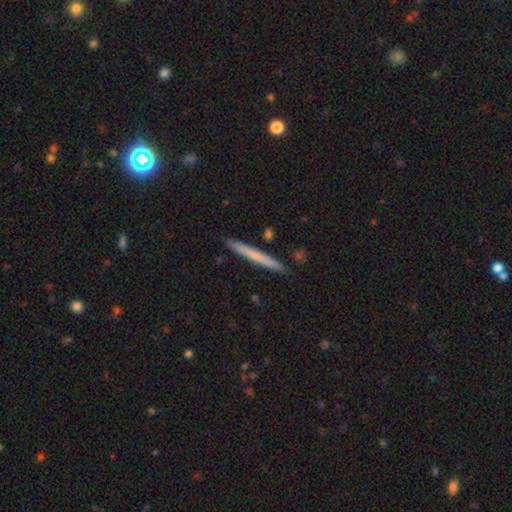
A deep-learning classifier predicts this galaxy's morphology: type=smooth (59%); roundness=cigar-shaped (97%); merging=none (91%).